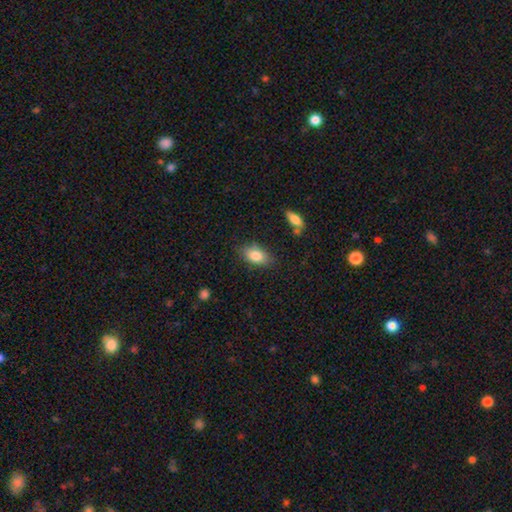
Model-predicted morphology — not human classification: Smooth or featured: smooth — 83% (featured or disk — 10%)
How rounded: in between — 87% (round — 9%)
Merging: none — 80% (minor disturbance — 15%)